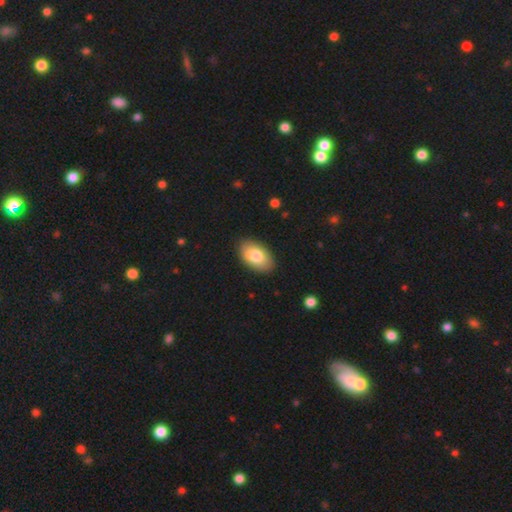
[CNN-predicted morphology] This appears to be a smooth galaxy with no disk features (81%) that is in between round and cigar-shaped (94%). Merging: none (88%).